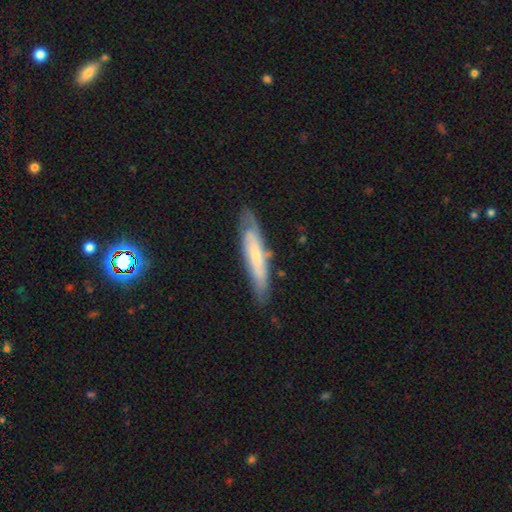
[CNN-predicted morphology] type=featured or disk (50%); merging=none (75%).